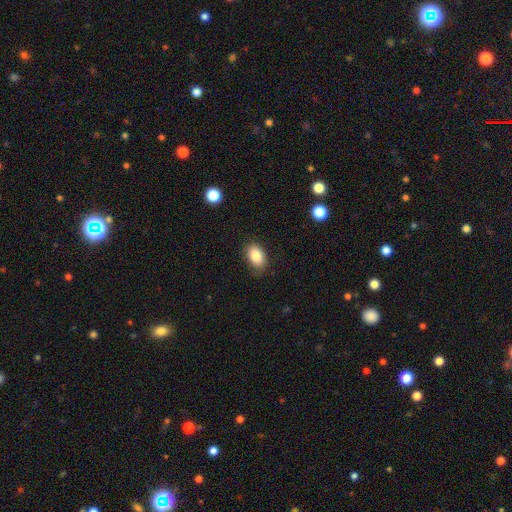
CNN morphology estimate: smooth-or-featured: smooth: 85% | star or artifact: 8% | featured or disk: 7%
  how-rounded: in between: 86% | round: 13% | cigar-shaped: 1%
  merging: none: 80% | minor disturbance: 16% | major disturbance: 4% | merger: 1%